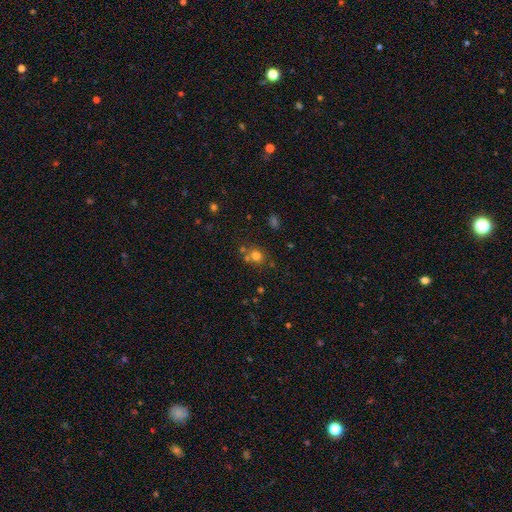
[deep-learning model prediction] Smooth or featured? smooth (73%)
How rounded? round (76%)
Merging? none (63%)